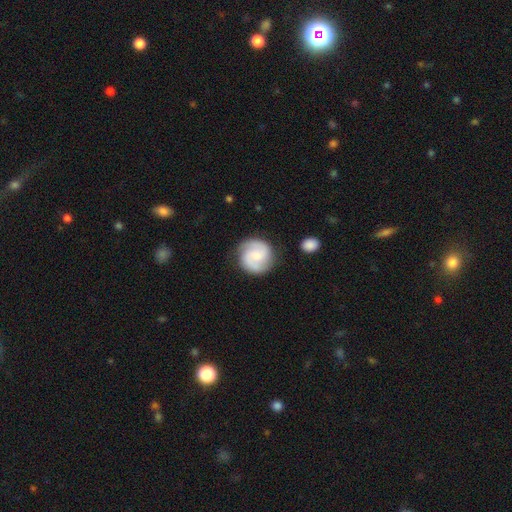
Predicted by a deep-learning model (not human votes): Smooth or featured? featured or disk (72%)
Edge-on disk? no (98%)
Bar? no (47%)
Spiral arms? yes (96%)
Spiral winding? medium (48%)
Spiral arm count? 2 (85%)
Bulge size? small (50%)
Merging? none (82%)